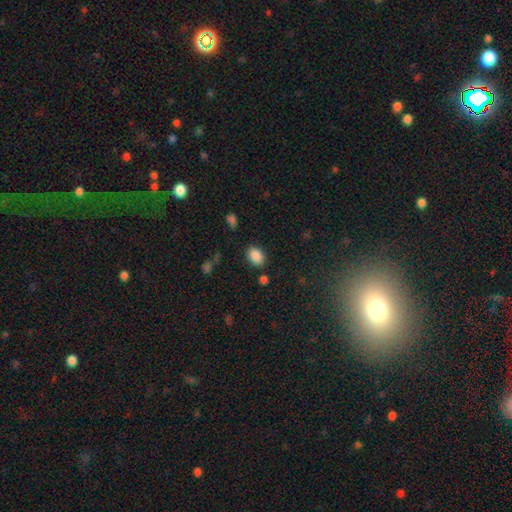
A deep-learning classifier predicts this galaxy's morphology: Overall: smooth (87%). How rounded: in between (76%). Merging: none (83%).